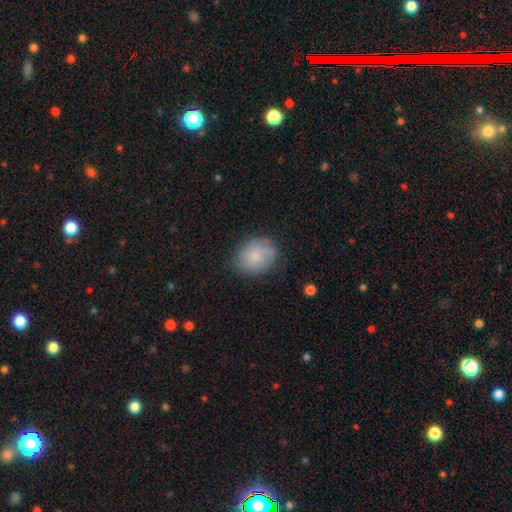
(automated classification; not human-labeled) Q: Smooth or featured?
A: smooth (70%); runner-up: featured or disk (23%)
Q: How rounded?
A: in between (54%); runner-up: round (45%)
Q: Merging?
A: none (70%); runner-up: minor disturbance (22%)